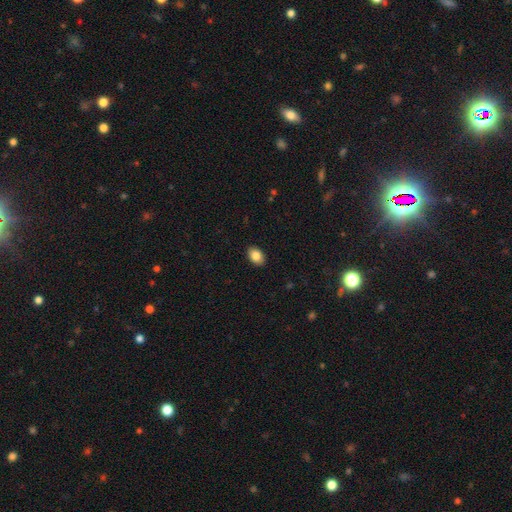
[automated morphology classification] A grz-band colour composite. It shows a smooth galaxy with no disk features (85%) that is in between round and cigar-shaped (85%). Merging: none (90%).